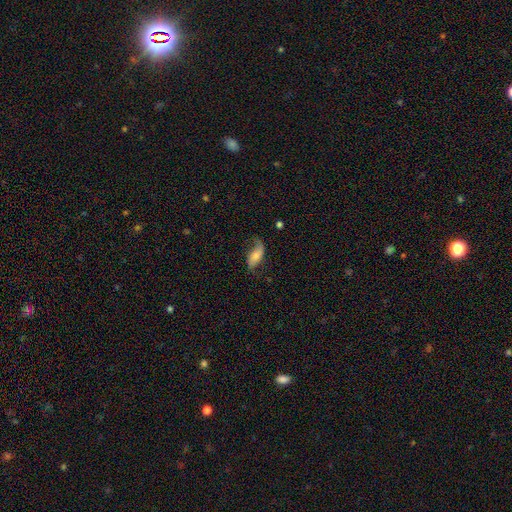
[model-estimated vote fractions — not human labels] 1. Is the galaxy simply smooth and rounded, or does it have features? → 50% featured or disk, 42% smooth, 8% star or artifact.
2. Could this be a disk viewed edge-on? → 90% no, 10% yes.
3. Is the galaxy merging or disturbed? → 56% none, 27% minor disturbance, 16% major disturbance, 2% merger.